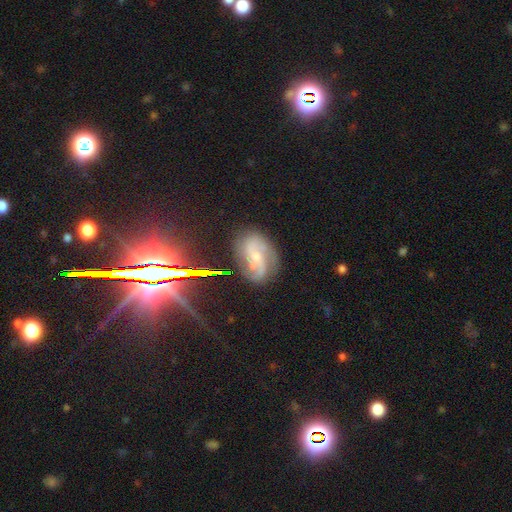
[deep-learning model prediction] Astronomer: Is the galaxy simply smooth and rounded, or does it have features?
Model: featured or disk — 78%.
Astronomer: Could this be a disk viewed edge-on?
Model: no — 97%.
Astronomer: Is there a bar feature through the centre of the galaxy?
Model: no — 54% (runner-up: weak, 35%).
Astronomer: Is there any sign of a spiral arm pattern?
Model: yes — 95%.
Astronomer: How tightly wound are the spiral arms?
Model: medium — 46% (runner-up: tight, 30%).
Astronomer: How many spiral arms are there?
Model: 2 — 53%.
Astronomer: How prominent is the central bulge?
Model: small — 62%.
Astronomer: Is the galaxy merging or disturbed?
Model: none — 70%.